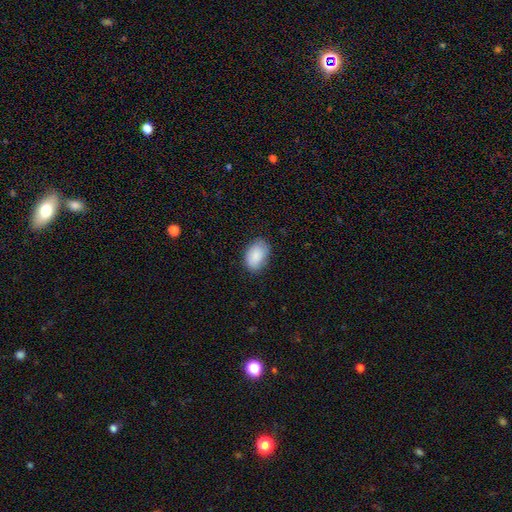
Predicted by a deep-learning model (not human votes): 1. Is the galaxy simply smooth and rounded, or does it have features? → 88% smooth, 6% star or artifact, 6% featured or disk.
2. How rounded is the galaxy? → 89% in between, 10% round, 1% cigar-shaped.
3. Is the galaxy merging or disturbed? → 78% none, 18% minor disturbance, 3% major disturbance, 1% merger.